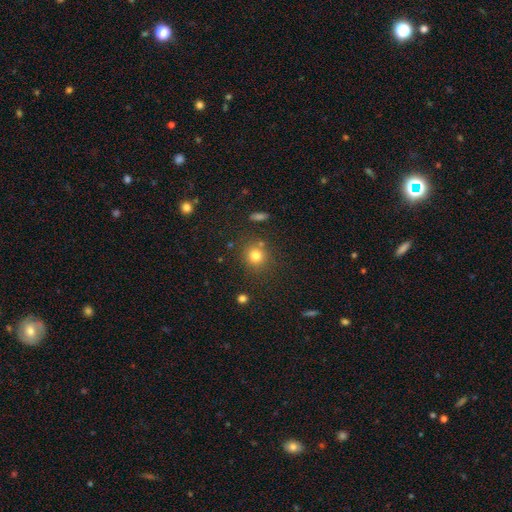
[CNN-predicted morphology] smooth 80%, star or artifact 13%, featured or disk 7%. Down the decision tree: how rounded — round (90%); merging — none (81%).